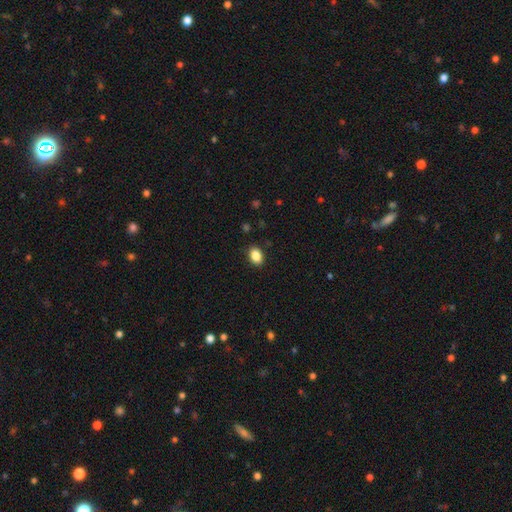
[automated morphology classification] Q: Smooth or featured?
A: smooth (88%); runner-up: star or artifact (9%)
Q: How rounded?
A: in between (78%); runner-up: round (21%)
Q: Merging?
A: none (88%); runner-up: minor disturbance (8%)